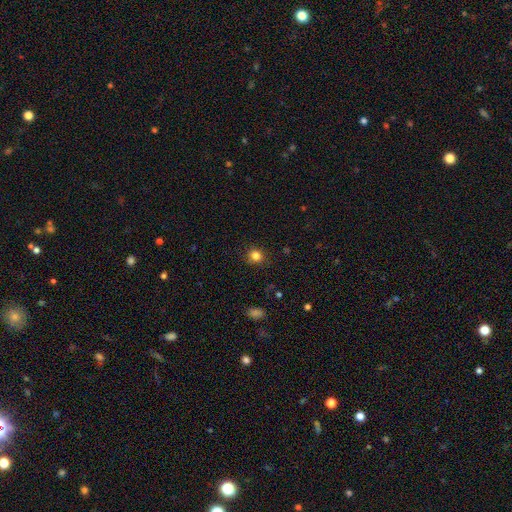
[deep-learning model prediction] This appears to be a smooth galaxy with no disk features (82%) that is round (86%). Merging: none (88%).